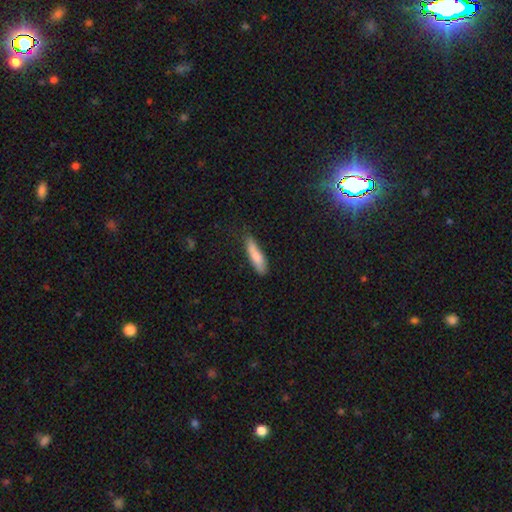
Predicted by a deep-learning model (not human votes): Q: Smooth or featured?
A: smooth (79%); runner-up: featured or disk (15%)
Q: How rounded?
A: cigar-shaped (68%); runner-up: in between (30%)
Q: Merging?
A: none (65%); runner-up: minor disturbance (27%)